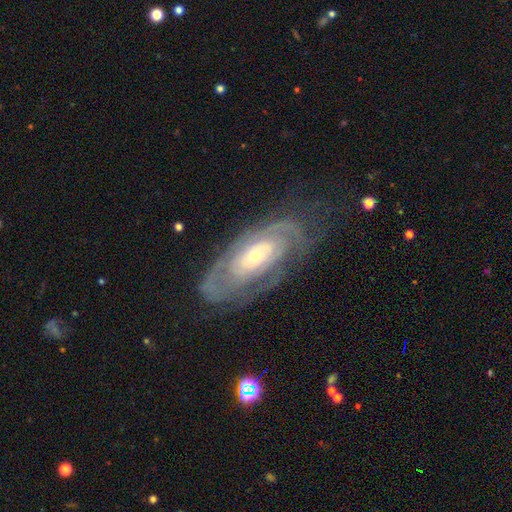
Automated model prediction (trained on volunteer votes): featured or disk 81%, smooth 13%, star or artifact 6%. Down the decision tree: edge-on disk — no (92%); bar — no (71%); spiral arms — yes (87%); spiral arm count — can't tell (46%); spiral winding — tight (70%); bulge size — small (53%); merging — none (65%).